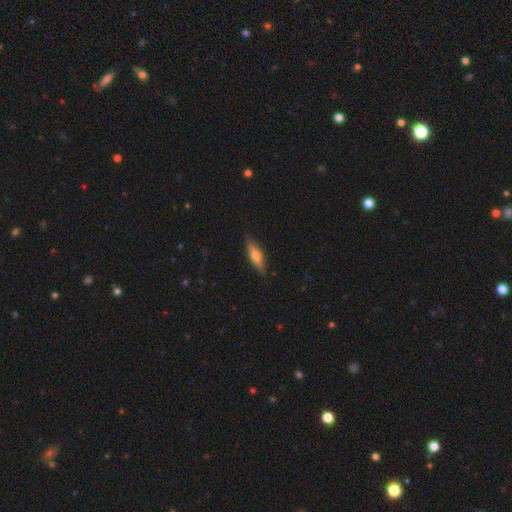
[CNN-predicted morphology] type=smooth (53%); roundness=cigar-shaped (65%); merging=none (86%).